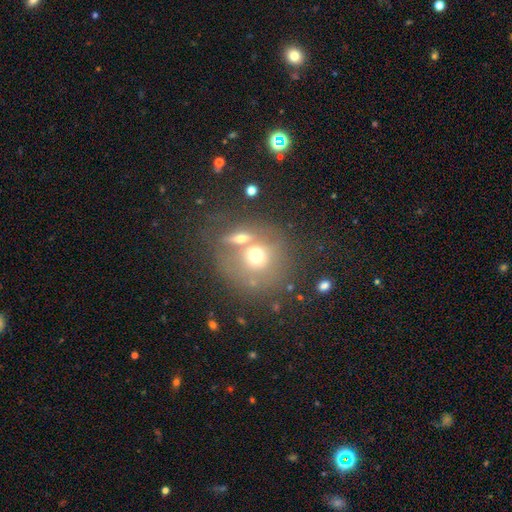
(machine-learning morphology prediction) Smooth or featured? smooth (60%)
How rounded? round (85%)
Merging? none (43%)